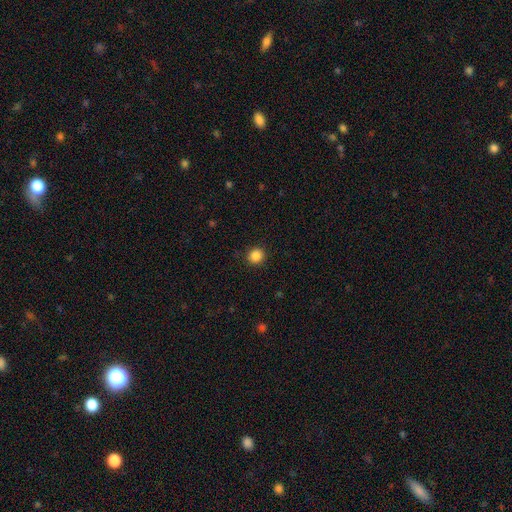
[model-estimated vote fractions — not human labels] This is clearly a smooth galaxy (86%). How rounded: clearly round (90%). Merging: clearly none (91%).